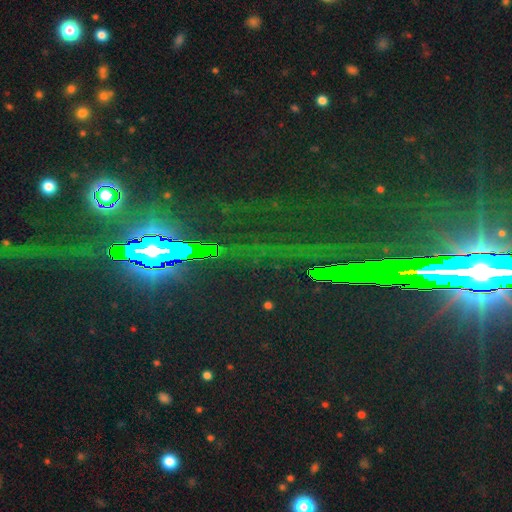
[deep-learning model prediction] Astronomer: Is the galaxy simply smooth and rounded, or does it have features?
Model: star or artifact — 85%.